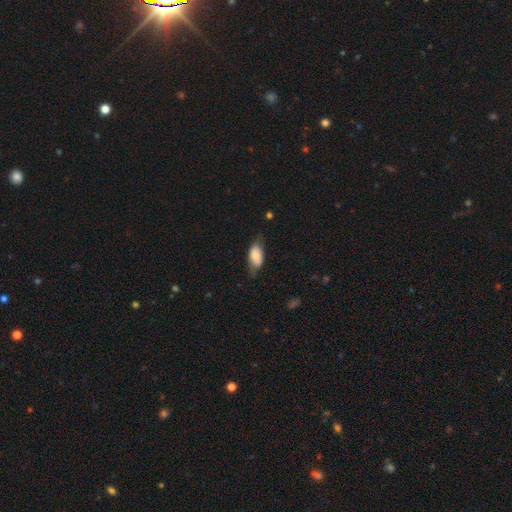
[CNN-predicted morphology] Overall: smooth (72%). How rounded: in between (90%). Merging: none (57%; minor disturbance 30%).